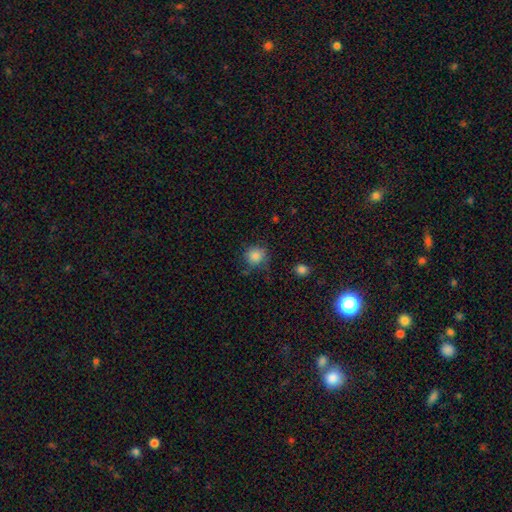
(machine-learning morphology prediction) The model was most divided on "merging": none: 72%, minor disturbance: 19%, major disturbance: 6%, merger: 3%. More confident: how rounded — round (88%); smooth or featured — smooth (85%).